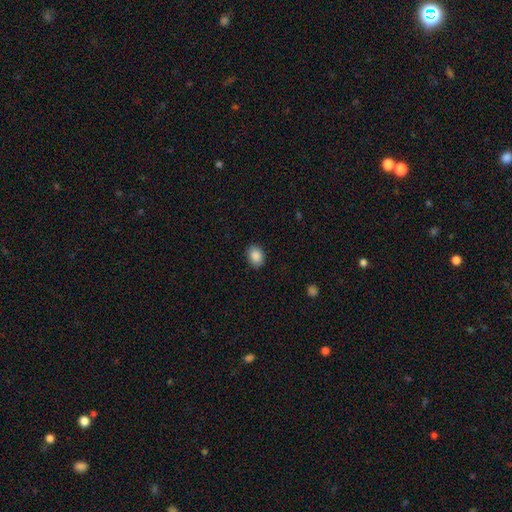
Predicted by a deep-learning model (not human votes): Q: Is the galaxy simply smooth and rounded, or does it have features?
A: smooth — 89%.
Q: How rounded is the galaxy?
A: in between — 58%.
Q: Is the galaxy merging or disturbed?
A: none — 88%.